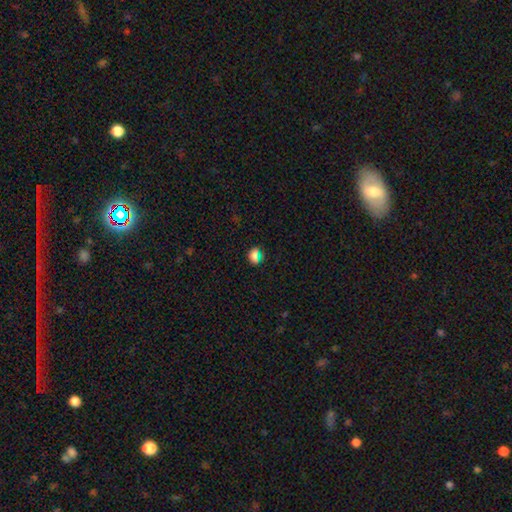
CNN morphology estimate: A smooth galaxy with no disk features (70%) that is in between round and cigar-shaped (53%).

Vote fractions:
- Smooth or featured? smooth: 70% / star or artifact: 25% / featured or disk: 6%
- How rounded? in between: 53% / round: 44% / cigar-shaped: 3%
- Merging? none: 80% / minor disturbance: 12% / major disturbance: 4% / merger: 3%